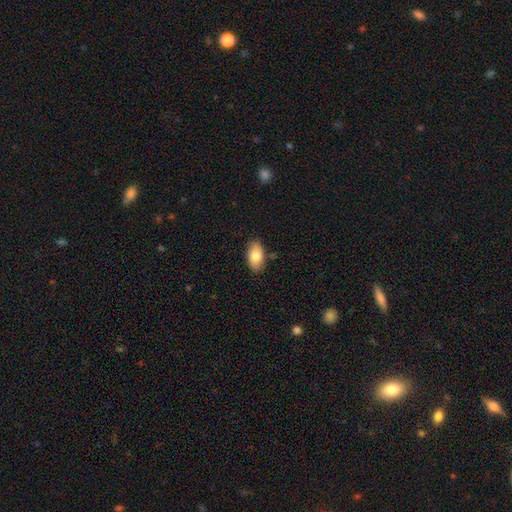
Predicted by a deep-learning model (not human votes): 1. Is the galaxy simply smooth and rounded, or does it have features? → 82% smooth, 11% featured or disk, 7% star or artifact.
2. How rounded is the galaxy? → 93% in between, 4% round, 3% cigar-shaped.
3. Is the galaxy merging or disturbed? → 84% none, 12% minor disturbance, 2% major disturbance, 2% merger.